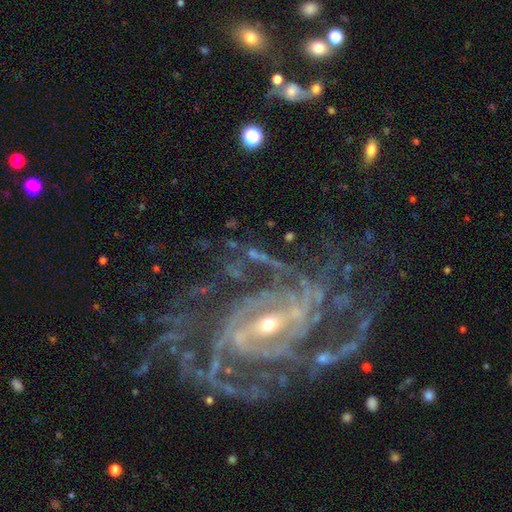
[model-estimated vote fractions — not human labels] Morphology: type=featured or disk (86%); edge-on=no (95%); bar=strong (49%); spiral arms=yes (95%); winding=tight (52%); arm count=2 (23%, tied with 3); bulge=small (57%); merging=none (61%).